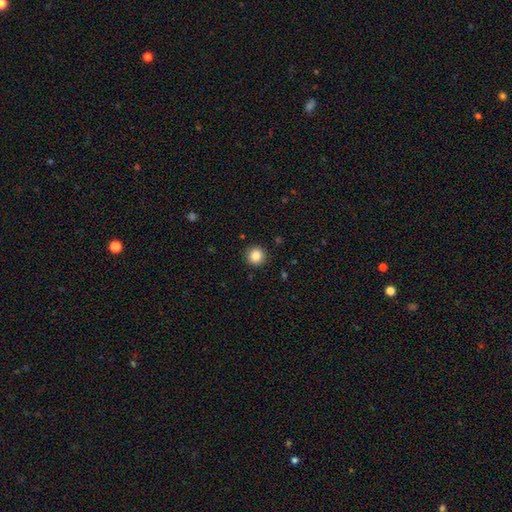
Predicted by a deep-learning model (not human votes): smooth-or-featured: smooth: 86% | star or artifact: 10% | featured or disk: 4%
  how-rounded: round: 93% | in between: 6% | cigar-shaped: 1%
  merging: none: 91% | minor disturbance: 6% | major disturbance: 2% | merger: 1%